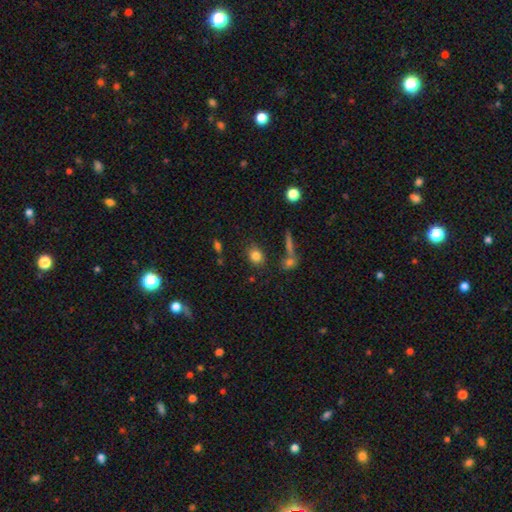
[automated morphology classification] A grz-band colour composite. It shows a smooth galaxy with no disk features (82%) that is round (51%). Merging: none (79%).